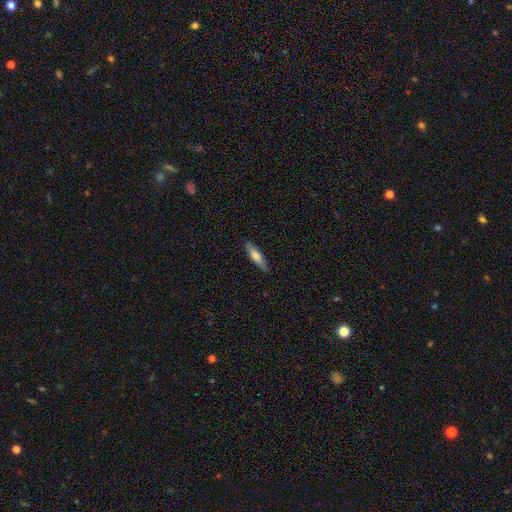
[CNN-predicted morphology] Overall: smooth (64%; featured or disk 30%). How rounded: cigar-shaped (74%). Merging: none (86%).